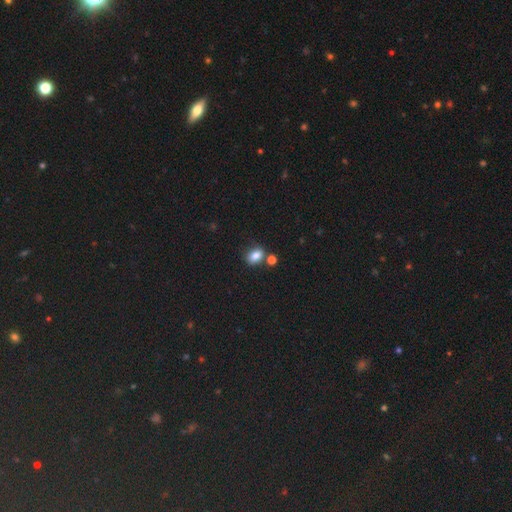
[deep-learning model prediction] Smooth or featured: smooth — 84% (star or artifact — 11%)
How rounded: in between — 74% (round — 24%)
Merging: none — 64% (merger — 19%)